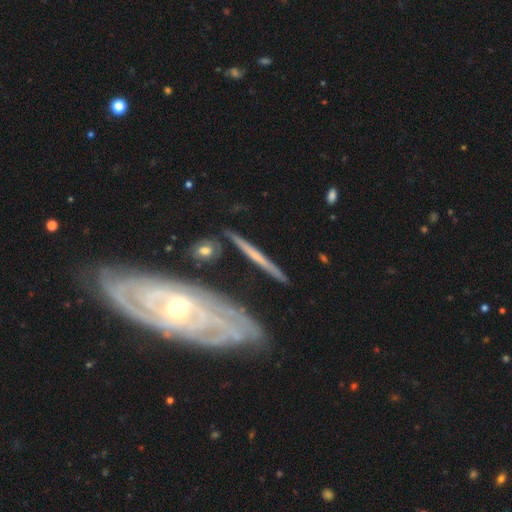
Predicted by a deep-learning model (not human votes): A featured or disk galaxy (68%) viewed edge-on (77%) with no central bulge (51%). Merging: none (79%).